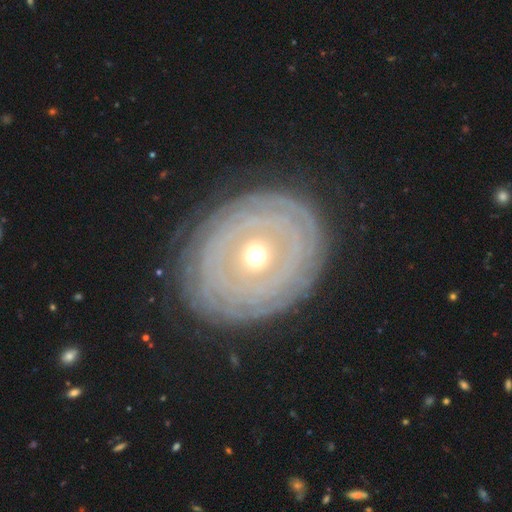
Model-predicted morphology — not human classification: Smooth or featured? featured or disk (81%)
Edge-on disk? no (96%)
Bar? no (80%)
Spiral arms? yes (75%)
Spiral winding? tight (90%)
Spiral arm count? can't tell (43%)
Bulge size? moderate (65%)
Merging? none (84%)